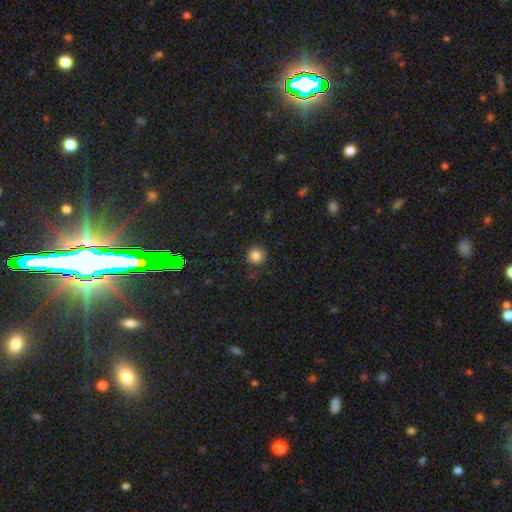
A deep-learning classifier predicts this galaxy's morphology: type=smooth (83%); roundness=round (93%); merging=none (86%).